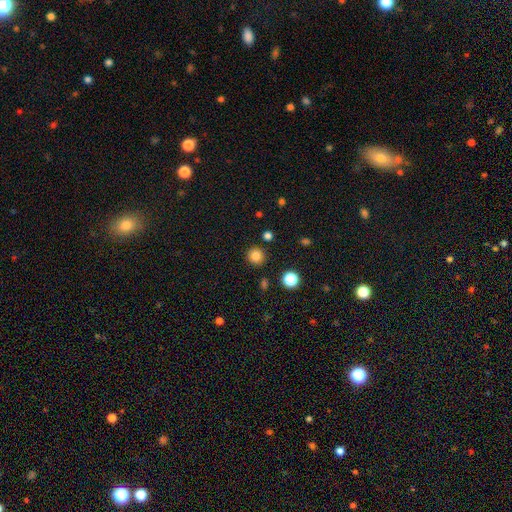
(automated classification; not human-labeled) smooth_or_featured: smooth (p=0.83) [alt: star or artifact p=0.12]
how_rounded: round (p=0.94) [alt: in between p=0.05]
merging: none (p=0.90) [alt: minor disturbance p=0.06]